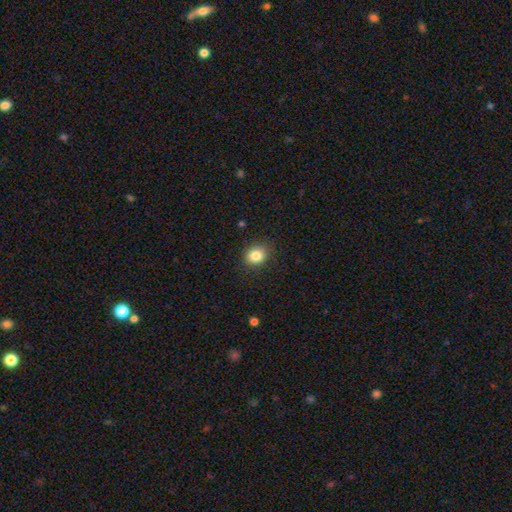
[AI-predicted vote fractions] Smooth or featured: smooth — 83% (star or artifact — 10%)
How rounded: round — 63% (in between — 36%)
Merging: none — 87% (minor disturbance — 10%)